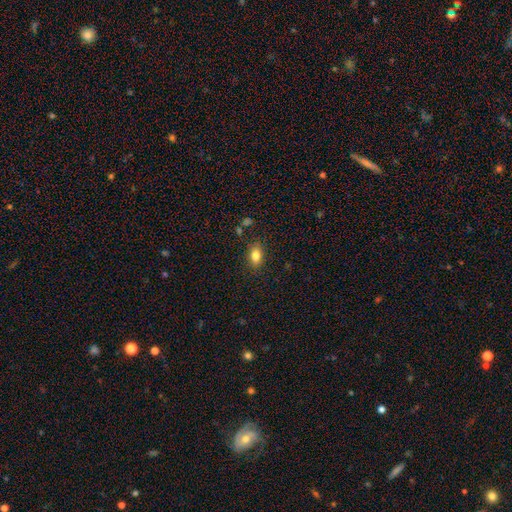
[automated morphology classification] A smooth galaxy with no disk features (81%) that is in between round and cigar-shaped (81%).

Vote fractions:
- Smooth or featured? smooth: 81% / star or artifact: 10% / featured or disk: 9%
- How rounded? in between: 81% / round: 16% / cigar-shaped: 2%
- Merging? none: 83% / minor disturbance: 11% / major disturbance: 3% / merger: 2%